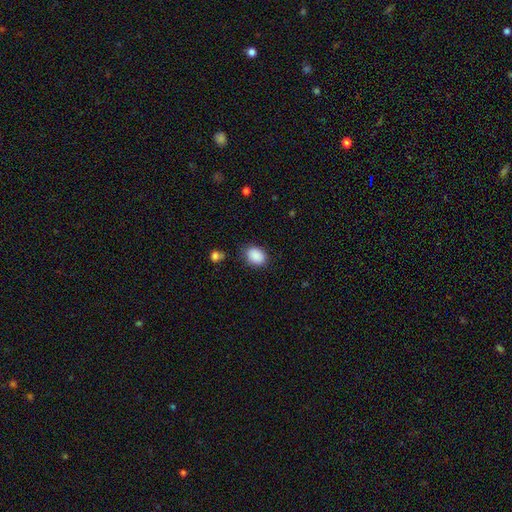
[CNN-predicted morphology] smooth 89%, star or artifact 8%, featured or disk 3%. Down the decision tree: how rounded — in between (72%); merging — none (79%).